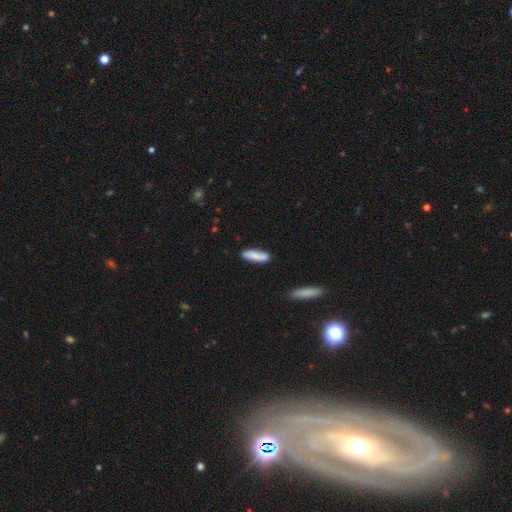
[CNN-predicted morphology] Smooth or featured: smooth — 78% (featured or disk — 16%)
How rounded: cigar-shaped — 58% (in between — 40%)
Merging: none — 77% (minor disturbance — 15%)